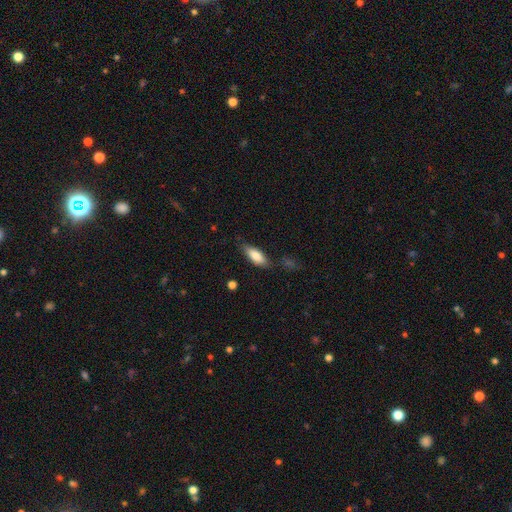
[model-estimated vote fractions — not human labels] Smooth or featured: smooth — 80% (featured or disk — 13%)
How rounded: in between — 70% (cigar-shaped — 28%)
Merging: none — 73% (minor disturbance — 19%)